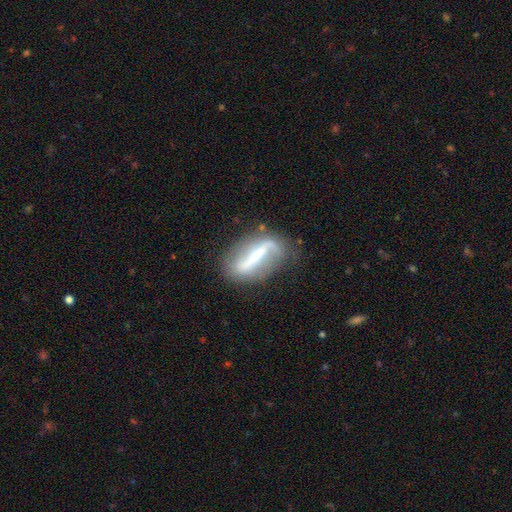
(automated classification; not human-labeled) Overall: featured or disk (75%). Edge-on disk: no (84%). Bar: strong (75%). Spiral arms: yes (67%; no 33%). Bulge size: small (47%; moderate 32%). Merging: none (72%).